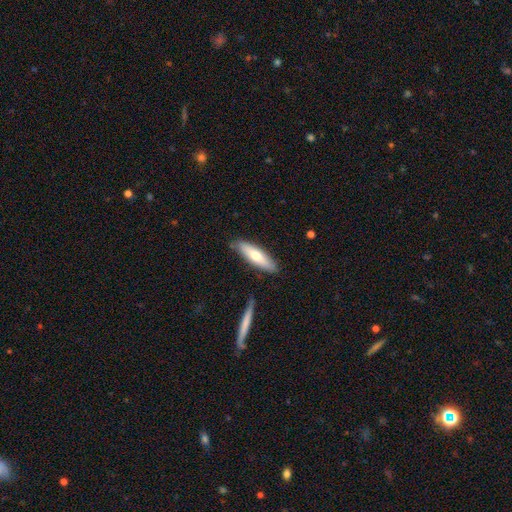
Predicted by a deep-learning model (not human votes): Morphology: type=smooth (63%); roundness=cigar-shaped (62%); merging=none (83%).